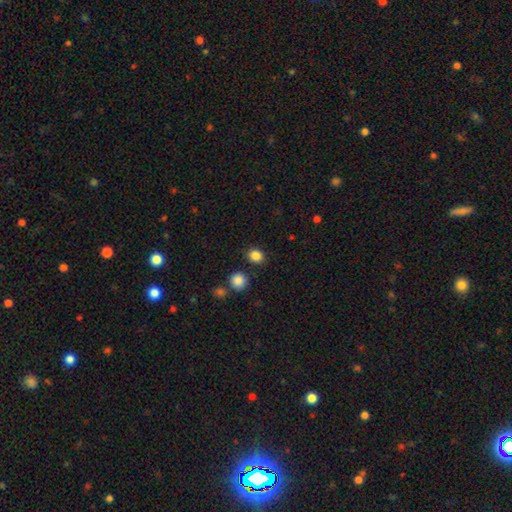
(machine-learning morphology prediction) This appears to be a smooth galaxy with no disk features (86%) that is round (68%). Merging: none (85%).